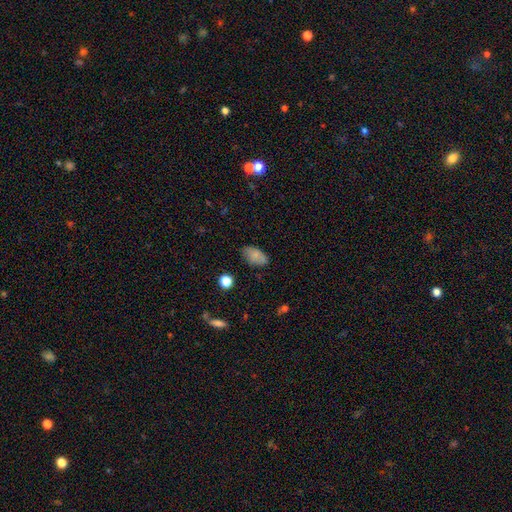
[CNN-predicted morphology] Smooth or featured? smooth (80%)
How rounded? in between (91%)
Merging? none (77%)